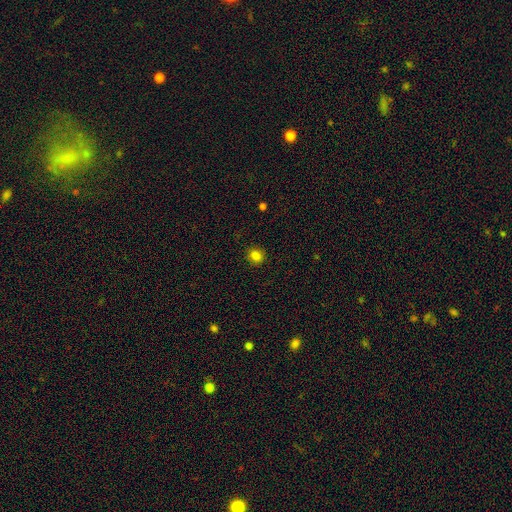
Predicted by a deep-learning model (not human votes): Smooth or featured? smooth (83%)
How rounded? round (85%)
Merging? none (91%)